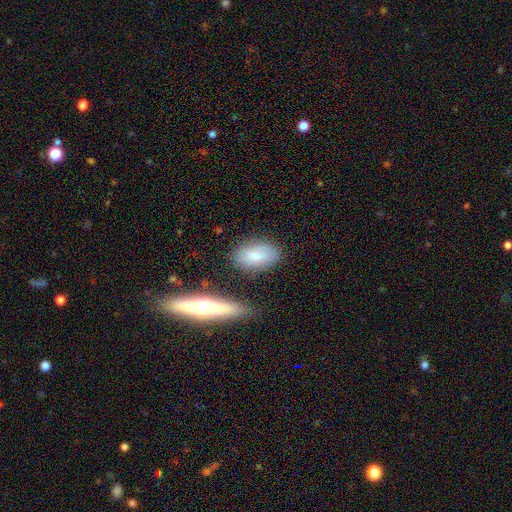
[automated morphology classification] Smooth or featured? smooth (77%)
How rounded? in between (89%)
Merging? none (75%)